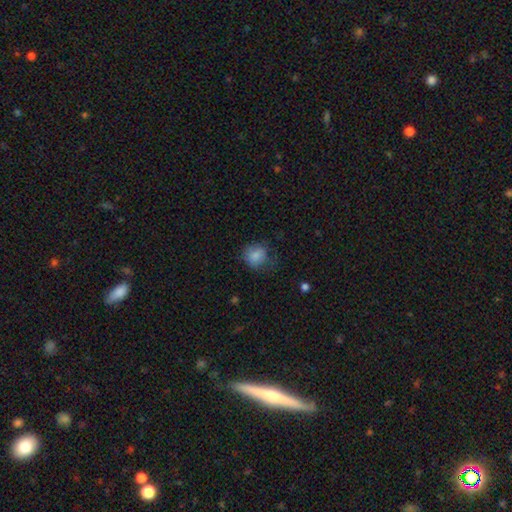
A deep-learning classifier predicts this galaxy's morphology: A smooth galaxy with no disk features (84%) that is round (78%).

Vote fractions:
- Smooth or featured? smooth: 84% / star or artifact: 9% / featured or disk: 7%
- How rounded? round: 78% / in between: 21% / cigar-shaped: 1%
- Merging? none: 65% / minor disturbance: 23% / major disturbance: 10% / merger: 1%